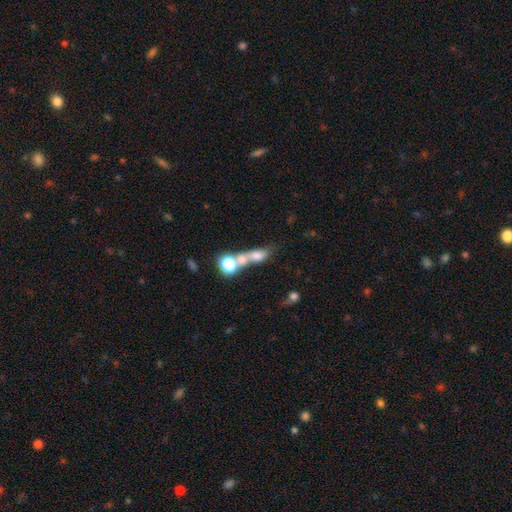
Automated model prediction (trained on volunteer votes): A smooth galaxy with no disk features (56%) that is in between round and cigar-shaped (44%). Merging: merger (50%).